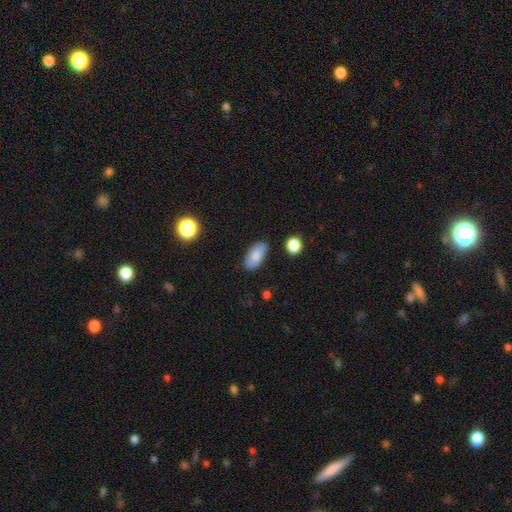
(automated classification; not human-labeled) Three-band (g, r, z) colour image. It shows a smooth galaxy with no disk features (82%) that is in between round and cigar-shaped (92%). Merging: none (80%).